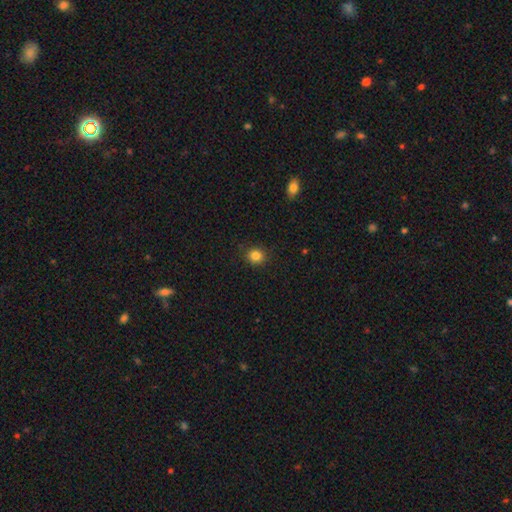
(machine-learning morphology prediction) The model was most divided on "smooth or featured": smooth: 84%, star or artifact: 12%, featured or disk: 4%. More confident: merging — none (90%); how rounded — round (87%).